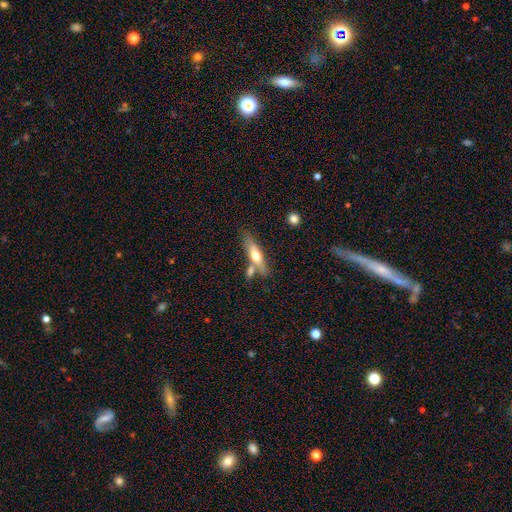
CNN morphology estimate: A smooth galaxy with no disk features (50%) that is cigar-shaped (71%).

Vote fractions:
- Smooth or featured? smooth: 50% / featured or disk: 44% / star or artifact: 6%
- How rounded? cigar-shaped: 71% / in between: 26% / round: 2%
- Merging? none: 59% / merger: 22% / minor disturbance: 14% / major disturbance: 5%